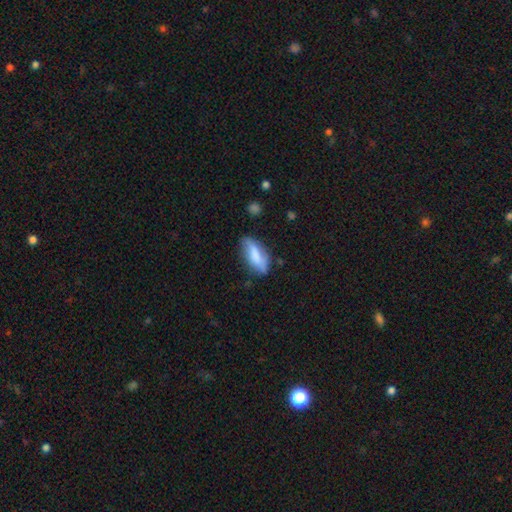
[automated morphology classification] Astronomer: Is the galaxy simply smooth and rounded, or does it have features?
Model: smooth — 71%.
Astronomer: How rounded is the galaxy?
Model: in between — 77%.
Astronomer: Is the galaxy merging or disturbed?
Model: none — 59%.